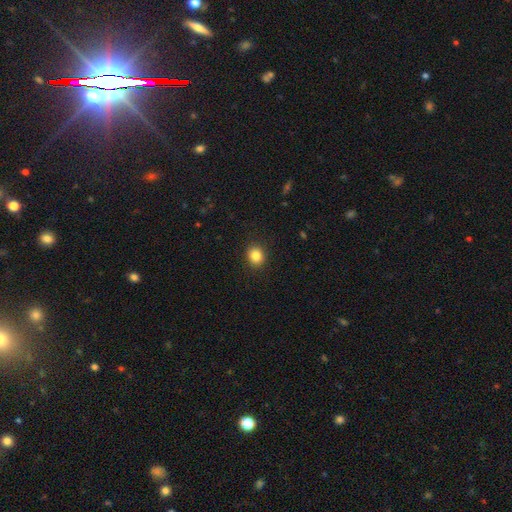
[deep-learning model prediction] This appears to be a smooth galaxy with no disk features (84%) that is round (77%). Merging: none (91%).